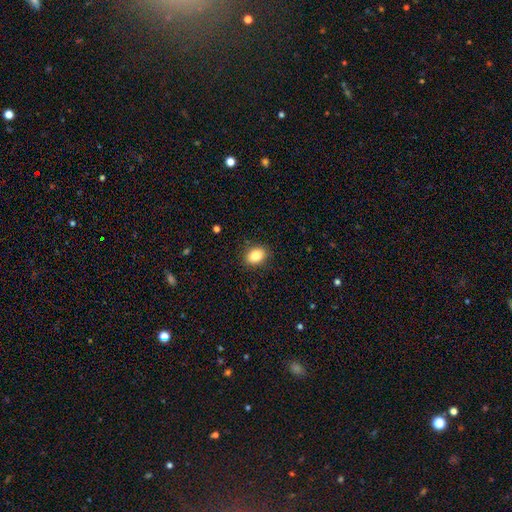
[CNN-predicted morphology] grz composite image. It shows a smooth galaxy with no disk features (86%) that is in between round and cigar-shaped (71%). Merging: none (88%).